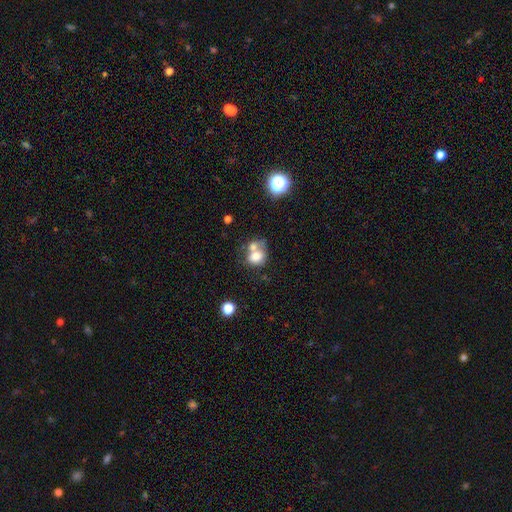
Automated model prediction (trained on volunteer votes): This appears to be a smooth galaxy with no disk features (73%) that is round (51%). Merging: merger (51%).